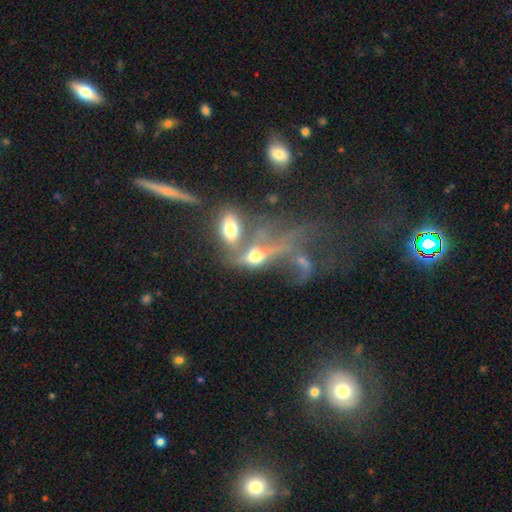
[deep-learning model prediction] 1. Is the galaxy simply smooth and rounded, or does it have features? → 42% featured or disk, 41% smooth, 17% star or artifact.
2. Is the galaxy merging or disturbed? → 59% merger, 21% major disturbance, 13% none, 7% minor disturbance.